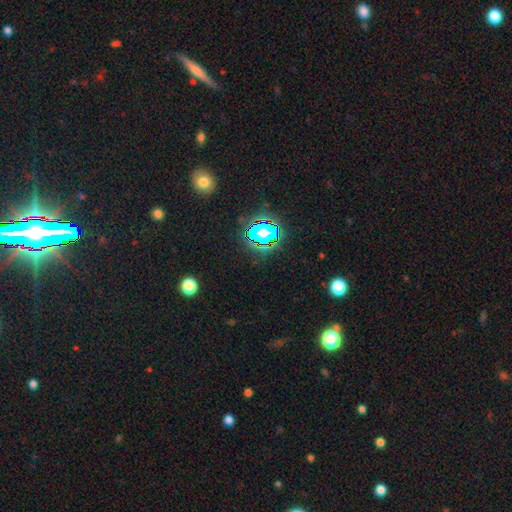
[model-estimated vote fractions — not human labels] A star or artifact, not a galaxy (78%).

Vote fractions:
- Smooth or featured? star or artifact: 78% / smooth: 13% / featured or disk: 9%